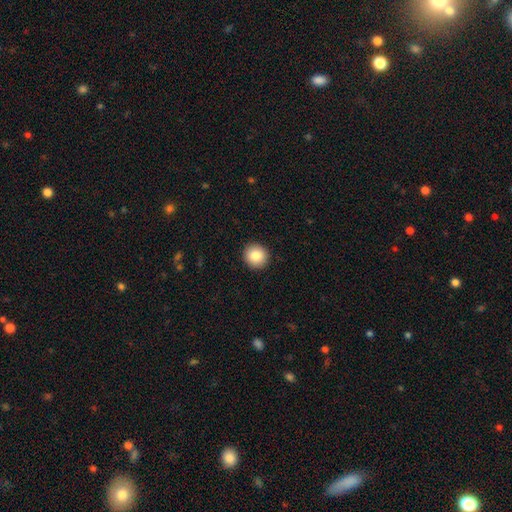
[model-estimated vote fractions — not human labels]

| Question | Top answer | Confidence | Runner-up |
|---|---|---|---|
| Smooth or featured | smooth | 84% | star or artifact (9%) |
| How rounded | round | 94% | in between (5%) |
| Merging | none | 93% | minor disturbance (4%) |